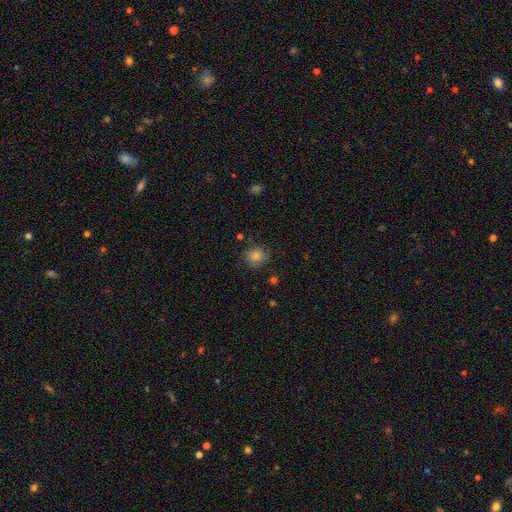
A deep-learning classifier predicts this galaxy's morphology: smooth 78%, star or artifact 14%, featured or disk 8%. Down the decision tree: how rounded — round (84%); merging — none (82%).